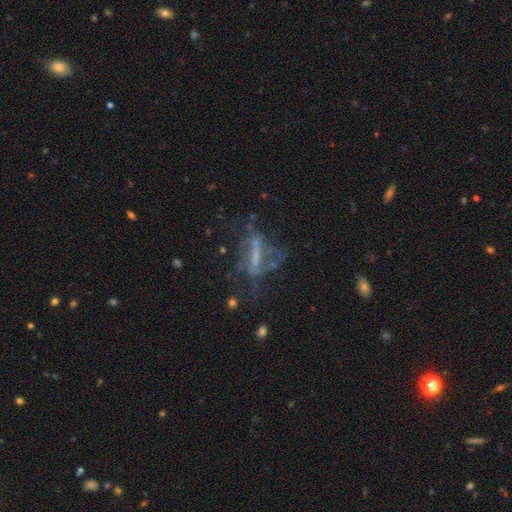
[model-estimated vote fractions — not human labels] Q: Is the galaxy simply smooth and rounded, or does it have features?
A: featured or disk — 61%.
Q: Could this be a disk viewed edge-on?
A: no — 79%.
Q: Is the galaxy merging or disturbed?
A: none — 40%.